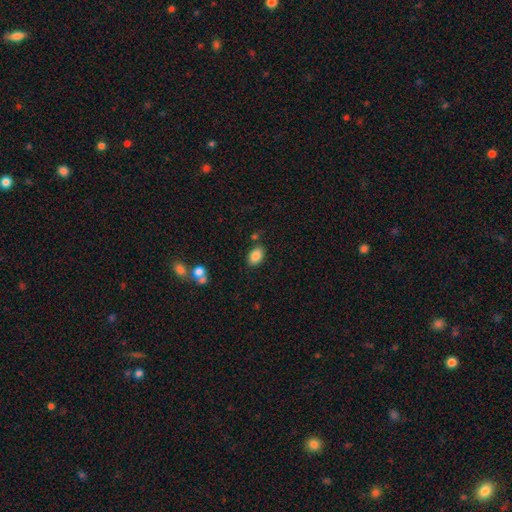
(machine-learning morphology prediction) This appears to be a smooth galaxy with no disk features (86%) that is in between round and cigar-shaped (89%). Merging: none (80%).